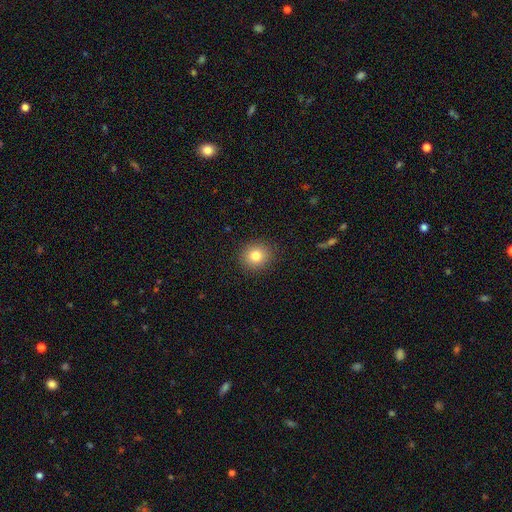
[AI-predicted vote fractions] This is clearly a smooth galaxy (80%). How rounded: clearly round (87%). Merging: clearly none (90%).